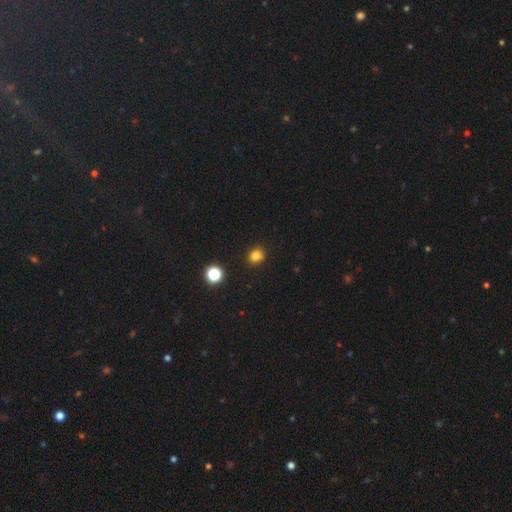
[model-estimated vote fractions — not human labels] Smooth or featured: smooth — 80% (star or artifact — 15%)
How rounded: round — 71% (in between — 28%)
Merging: none — 88% (minor disturbance — 8%)